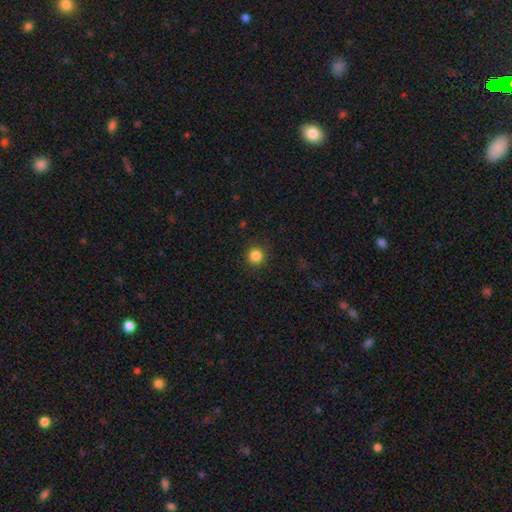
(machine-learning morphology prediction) This is clearly a smooth galaxy (85%). How rounded: clearly round (95%). Merging: clearly none (92%).